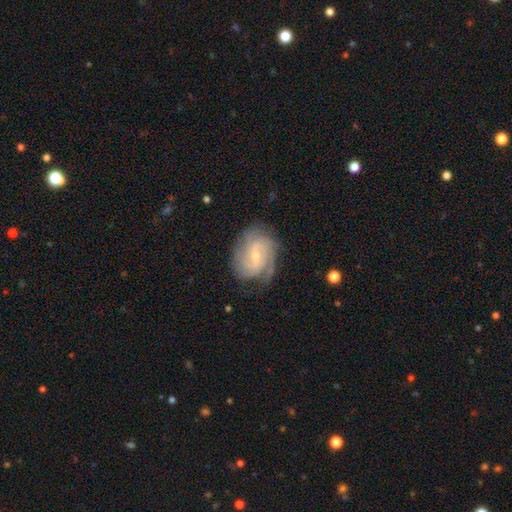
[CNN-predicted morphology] A featured or disk galaxy (85%) with a weak bar (57%), 2 (30%) tight (56%) spiral arms (96%) and a small central bulge (63%).

Vote fractions:
- Smooth or featured? featured or disk: 85% / smooth: 10% / star or artifact: 6%
- Edge-on disk? no: 97% / yes: 3%
- Bar? weak: 57% / no: 27% / strong: 16%
- Spiral arms? yes: 96% / no: 4%
- Spiral winding? tight: 56% / medium: 35% / loose: 9%
- Spiral arm count? 2: 30% / can't tell: 26% / 3: 24% / 4: 10% / 1: 5% / more than 4: 5%
- Bulge size? small: 63% / moderate: 33% / none: 2% / large: 1% / dominant: 1%
- Merging? none: 70% / minor disturbance: 21% / major disturbance: 8% / merger: 1%